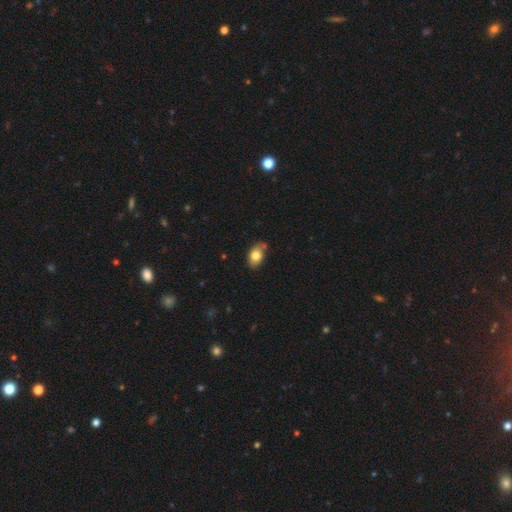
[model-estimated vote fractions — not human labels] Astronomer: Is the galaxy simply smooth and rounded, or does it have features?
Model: smooth — 79%.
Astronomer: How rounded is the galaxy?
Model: in between — 85%.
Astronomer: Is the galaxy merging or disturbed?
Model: none — 65%.